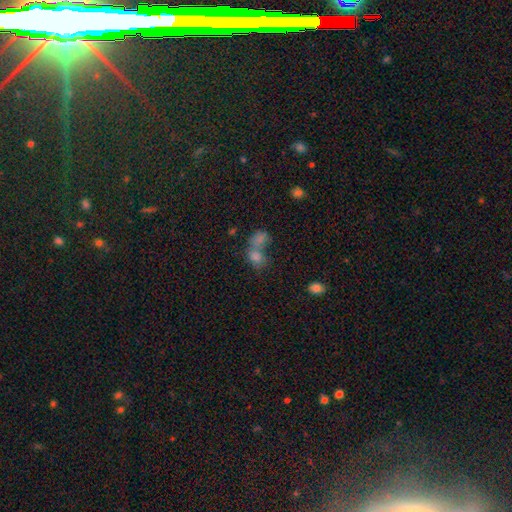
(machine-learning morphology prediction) This is likely a smooth galaxy (71%). How rounded: possibly in between (58%). Merging: likely merger (62%).